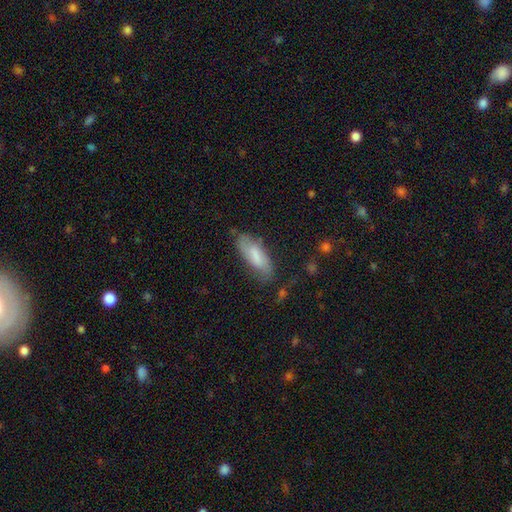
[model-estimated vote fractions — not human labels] This is likely a smooth galaxy (66%). How rounded: likely in between (67%). Merging: likely none (66%).